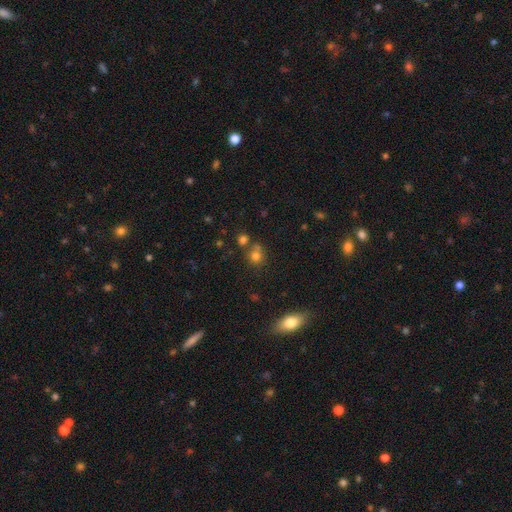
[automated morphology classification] Q: Smooth or featured?
A: smooth (76%); runner-up: star or artifact (15%)
Q: How rounded?
A: round (80%); runner-up: in between (19%)
Q: Merging?
A: none (58%); runner-up: merger (26%)